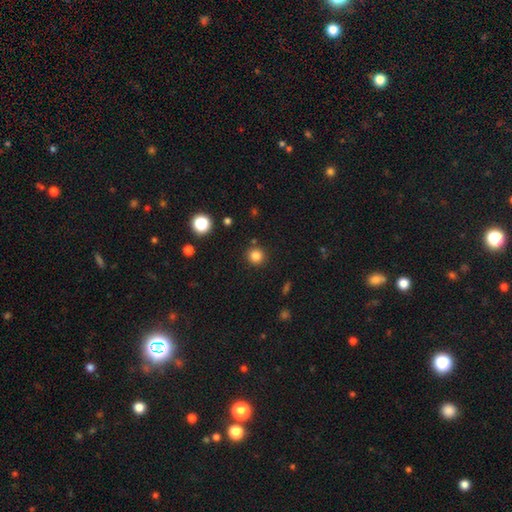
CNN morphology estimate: Overall: smooth (82%). How rounded: round (94%). Merging: none (89%).